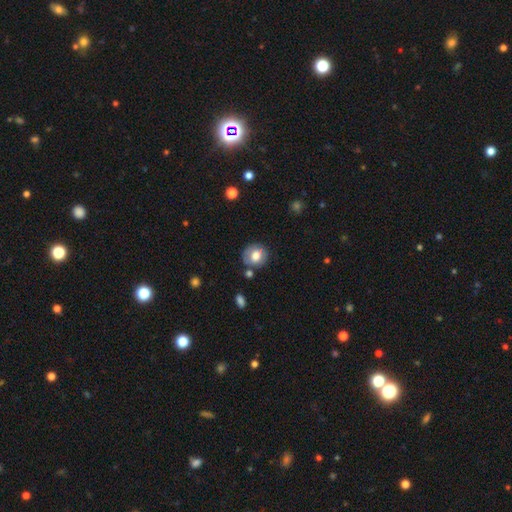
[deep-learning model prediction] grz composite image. It shows a smooth galaxy with no disk features (69%) that is round (79%). Merging: none (73%).